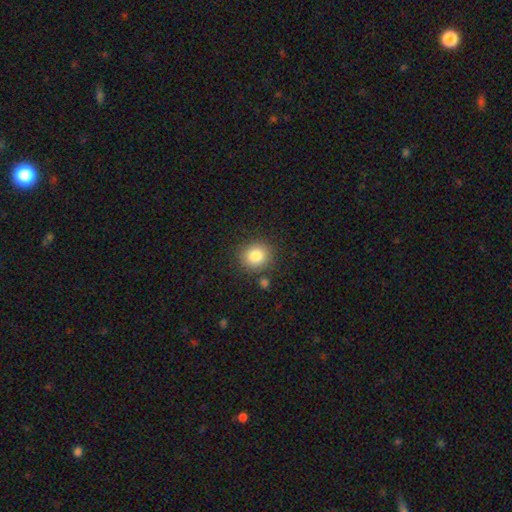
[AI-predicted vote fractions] smooth 83%, star or artifact 10%, featured or disk 7%. Down the decision tree: how rounded — round (81%); merging — none (85%).